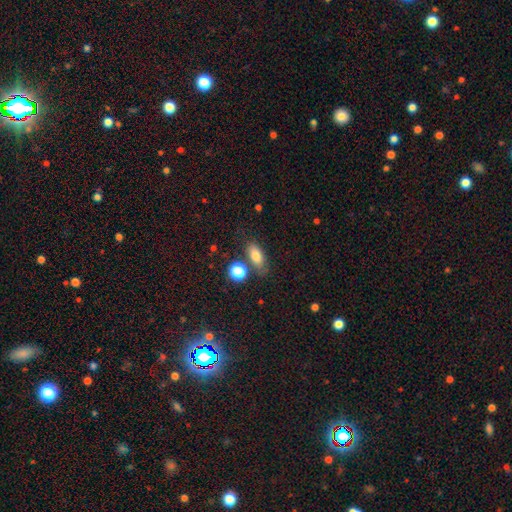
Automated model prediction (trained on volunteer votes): Smooth or featured?
  - smooth: 77% *
  - featured or disk: 12%
  - star or artifact: 11%
How rounded?
  - in between: 79% *
  - cigar-shaped: 11%
  - round: 10%
Merging?
  - none: 71% *
  - minor disturbance: 15%
  - merger: 9%
  - major disturbance: 5%